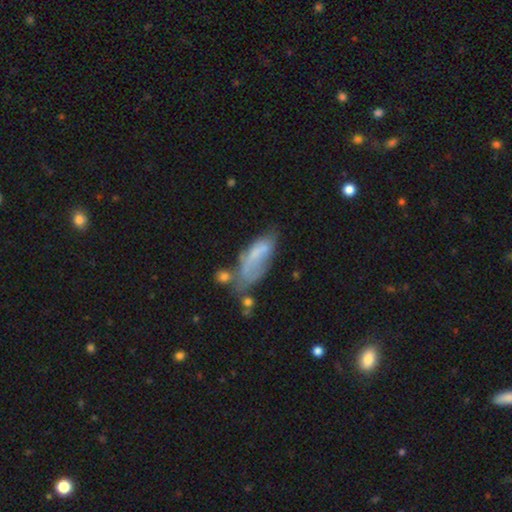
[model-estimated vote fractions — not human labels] A smooth galaxy with no disk features (56%) that is in between round and cigar-shaped (69%). Merging: none (30%, tied with minor disturbance).